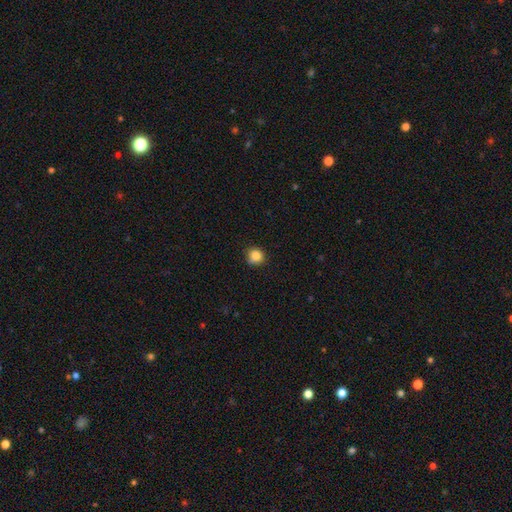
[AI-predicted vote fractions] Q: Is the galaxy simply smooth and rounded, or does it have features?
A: smooth — 84%.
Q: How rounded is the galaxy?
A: round — 89%.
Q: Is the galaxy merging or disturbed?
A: none — 75%.